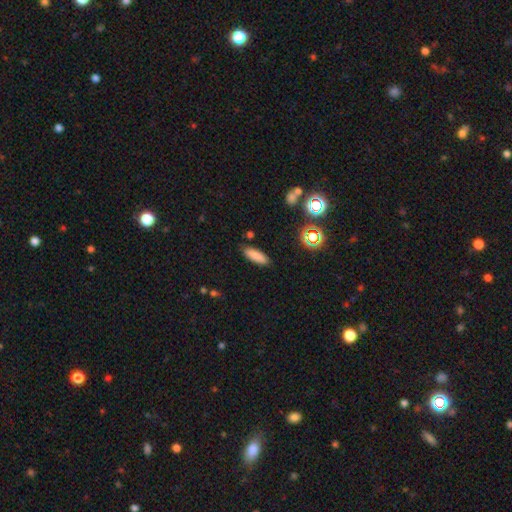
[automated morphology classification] The model was most divided on "how rounded": in between: 61%, cigar-shaped: 36%, round: 2%. More confident: merging — none (87%); smooth or featured — smooth (84%).